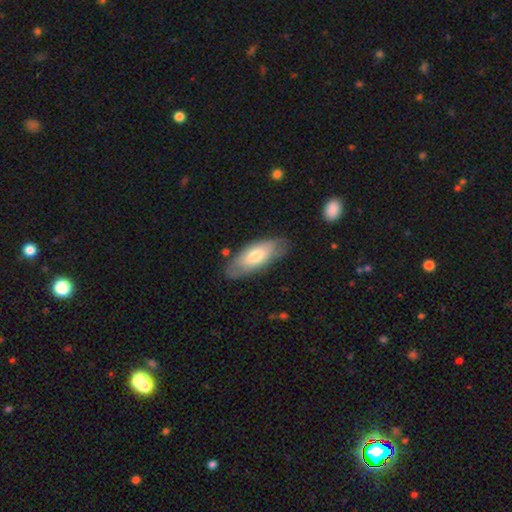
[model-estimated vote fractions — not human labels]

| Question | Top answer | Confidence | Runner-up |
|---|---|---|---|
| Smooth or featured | smooth | 62% | featured or disk (33%) |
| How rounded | in between | 81% | cigar-shaped (17%) |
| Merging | none | 76% | minor disturbance (18%) |